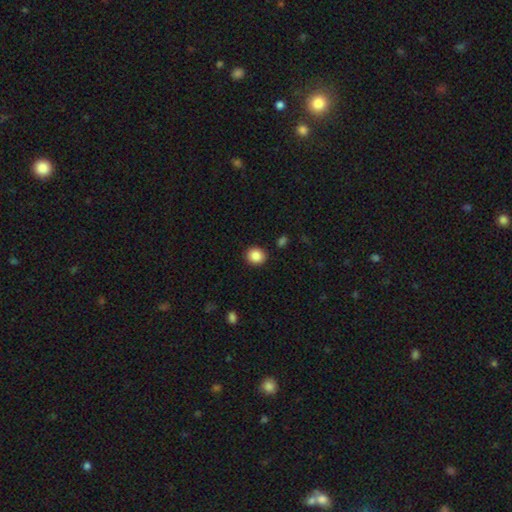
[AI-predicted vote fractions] smooth 87%, star or artifact 9%, featured or disk 4%. Down the decision tree: how rounded — round (82%); merging — none (90%).